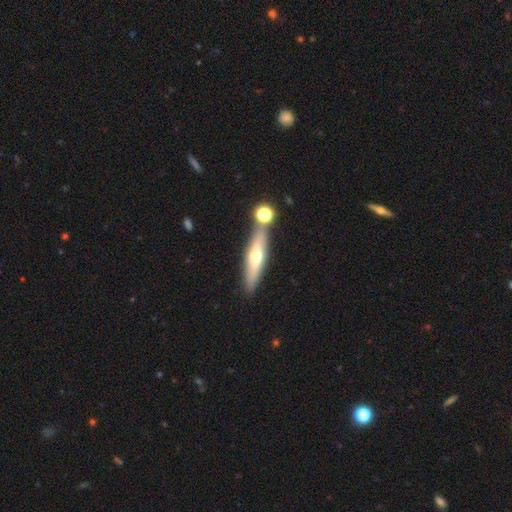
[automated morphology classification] This appears to be a featured or disk galaxy (50%) viewed edge-on (85%). Merging: none (75%).